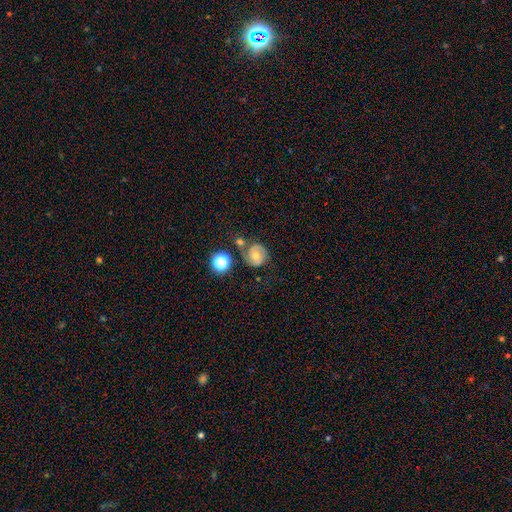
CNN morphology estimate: A featured or disk galaxy (57%) with no bar (69%), spiral arms (82%) and a moderate central bulge (62%). Merging: none (65%).